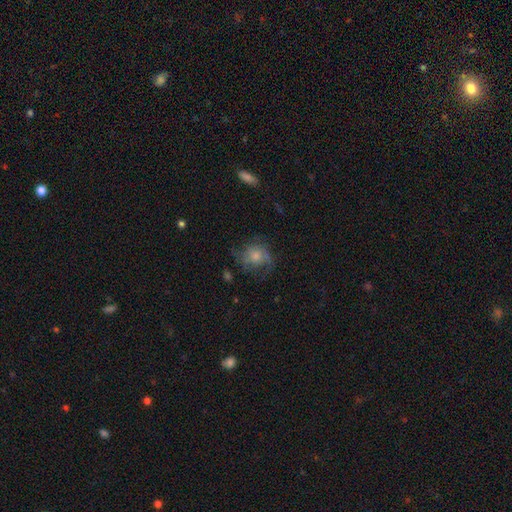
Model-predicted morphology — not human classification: The model was most divided on "smooth or featured": featured or disk: 48%, smooth: 37%, star or artifact: 15%. More confident: merging — none (60%).